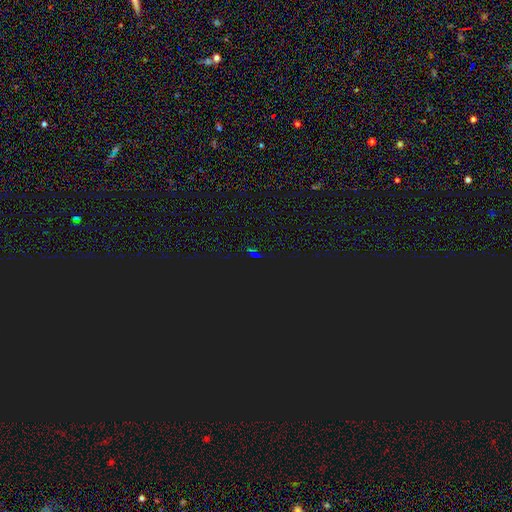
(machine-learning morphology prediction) star or artifact 74%, smooth 17%, featured or disk 9%.